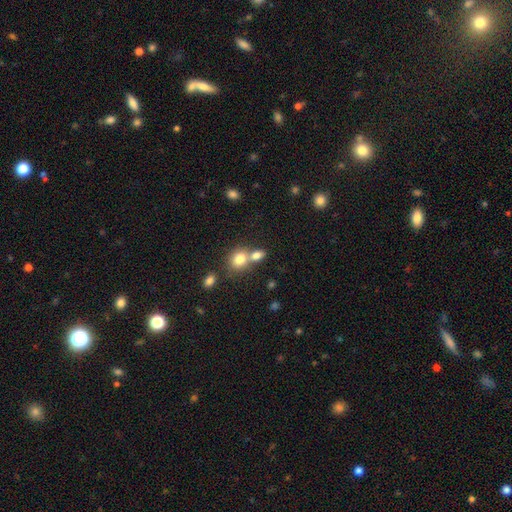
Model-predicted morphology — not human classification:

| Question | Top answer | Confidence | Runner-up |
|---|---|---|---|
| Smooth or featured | smooth | 79% | featured or disk (11%) |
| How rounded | in between | 55% | round (44%) |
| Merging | merger | 55% | none (34%) |